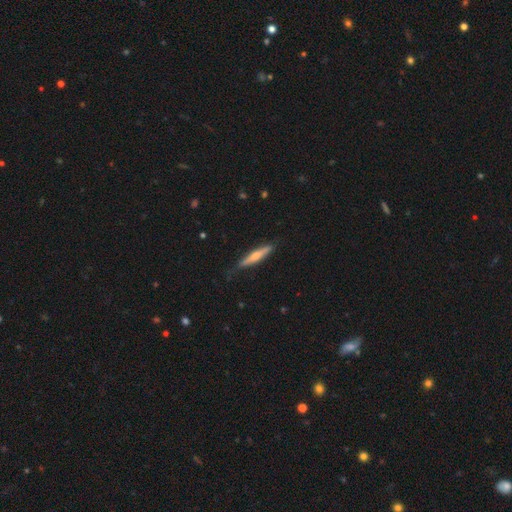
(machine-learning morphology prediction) Smooth or featured? smooth (51%)
How rounded? cigar-shaped (91%)
Merging? none (81%)